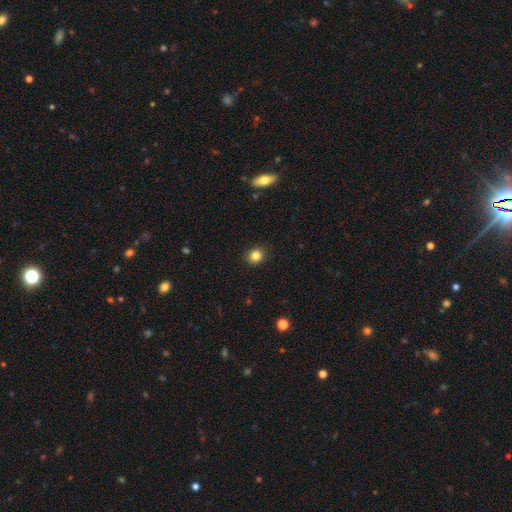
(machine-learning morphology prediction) Smooth or featured? smooth (84%)
How rounded? round (81%)
Merging? none (90%)